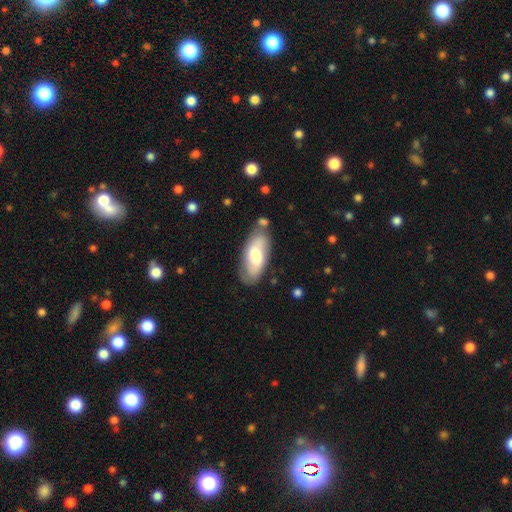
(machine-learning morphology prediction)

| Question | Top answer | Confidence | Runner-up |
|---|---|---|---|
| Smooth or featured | smooth | 62% | featured or disk (33%) |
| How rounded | in between | 87% | cigar-shaped (11%) |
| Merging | none | 67% | minor disturbance (20%) |